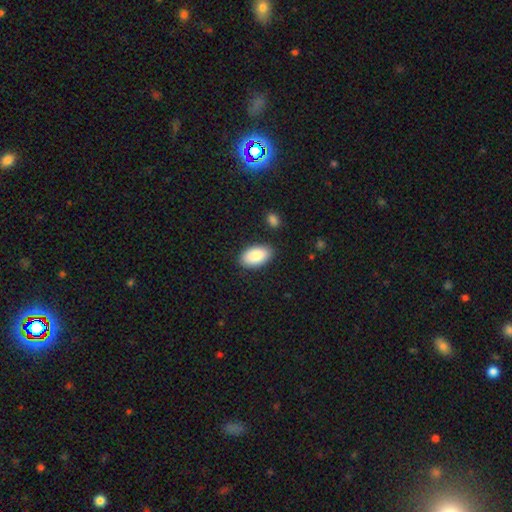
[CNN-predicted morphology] Smooth or featured? smooth (86%)
How rounded? in between (95%)
Merging? none (86%)